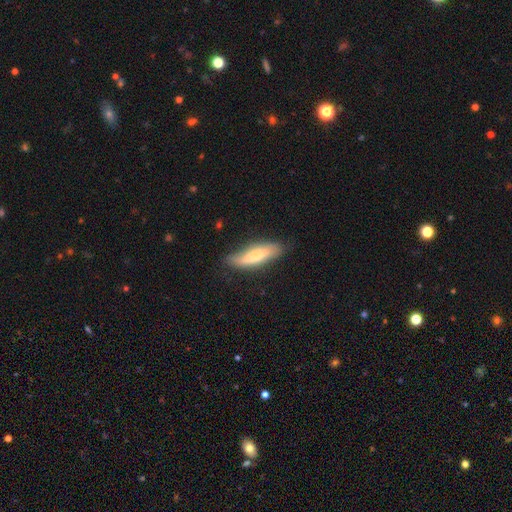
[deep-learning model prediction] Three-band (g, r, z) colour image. It shows a smooth galaxy with no disk features (62%) that is cigar-shaped (62%). Merging: none (74%).